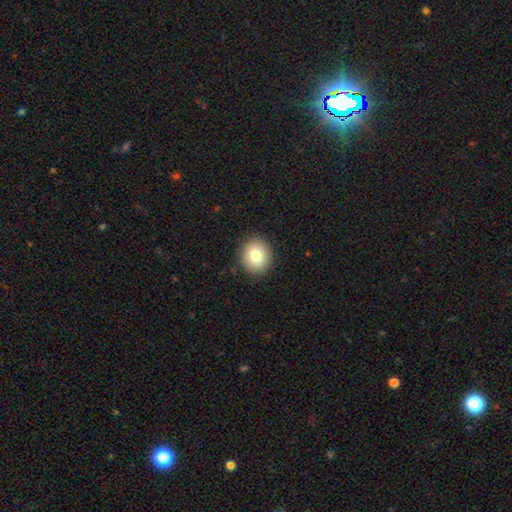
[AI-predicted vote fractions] Smooth or featured?
  - smooth: 79% *
  - featured or disk: 11%
  - star or artifact: 10%
How rounded?
  - round: 73% *
  - in between: 26%
  - cigar-shaped: 1%
Merging?
  - none: 90% *
  - minor disturbance: 7%
  - major disturbance: 2%
  - merger: 1%